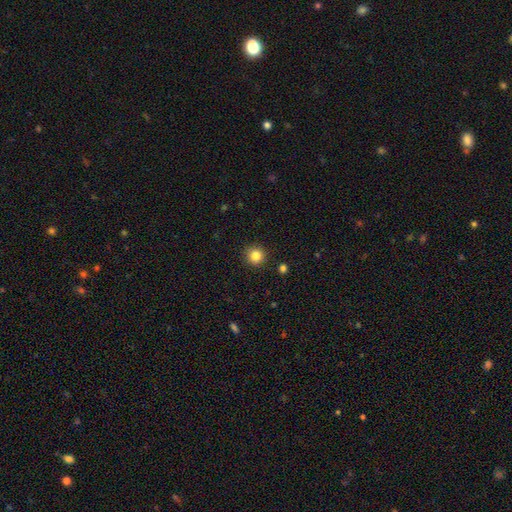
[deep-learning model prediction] This appears to be a smooth galaxy with no disk features (84%) that is round (95%). Merging: none (92%).